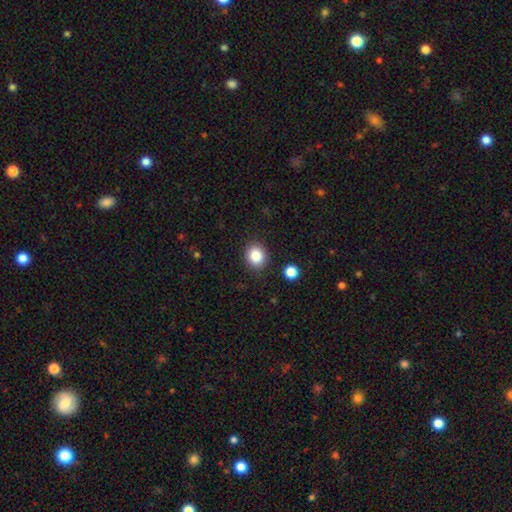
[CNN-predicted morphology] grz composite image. It shows a smooth galaxy with no disk features (84%) that is round (72%). Merging: none (87%).